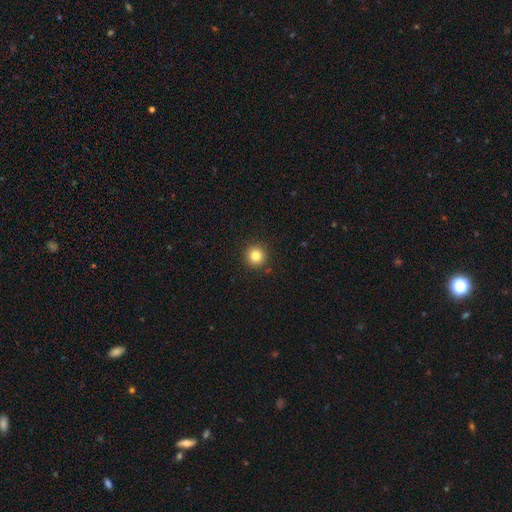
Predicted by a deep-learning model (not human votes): smooth 83%, star or artifact 11%, featured or disk 6%. Down the decision tree: how rounded — round (95%); merging — none (91%).